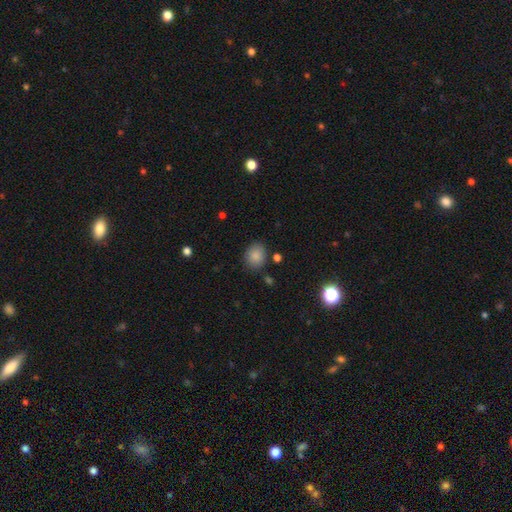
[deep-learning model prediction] smooth 85%, star or artifact 9%, featured or disk 6%. Down the decision tree: how rounded — round (53%); merging — none (81%).